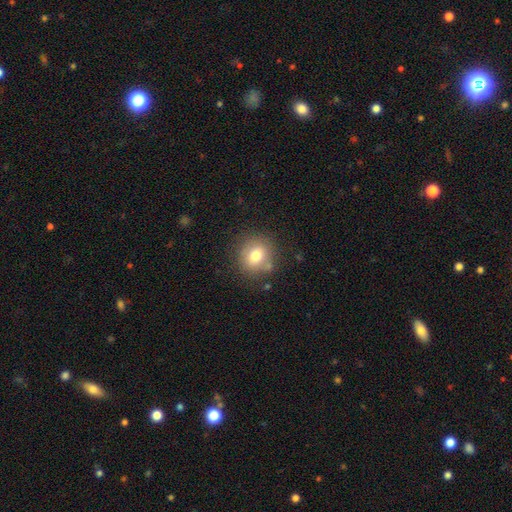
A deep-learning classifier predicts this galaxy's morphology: smooth-or-featured: smooth: 75% | featured or disk: 14% | star or artifact: 11%
  how-rounded: round: 78% | in between: 21% | cigar-shaped: 1%
  merging: none: 76% | minor disturbance: 15% | major disturbance: 5% | merger: 5%